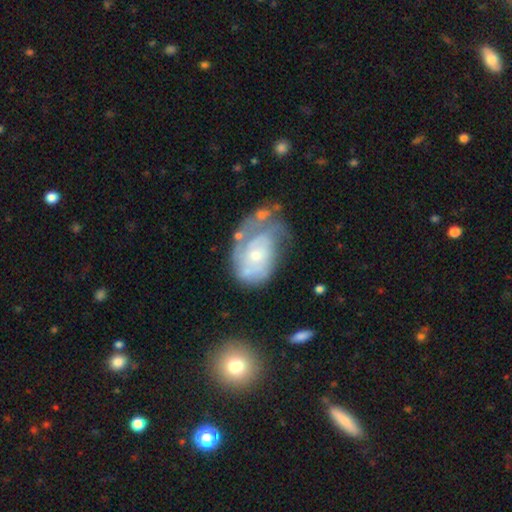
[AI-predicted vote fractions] This appears to be a featured or disk galaxy (70%) with no bar (78%), tight (55%) spiral arms (76%) and a small central bulge (56%). Merging: none (35%).